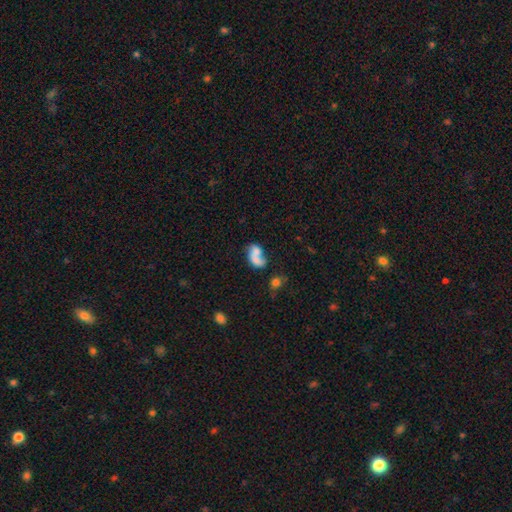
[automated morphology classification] Smooth or featured: smooth — 59% (featured or disk — 30%)
How rounded: in between — 79% (round — 18%)
Merging: merger — 55% (none — 20%)